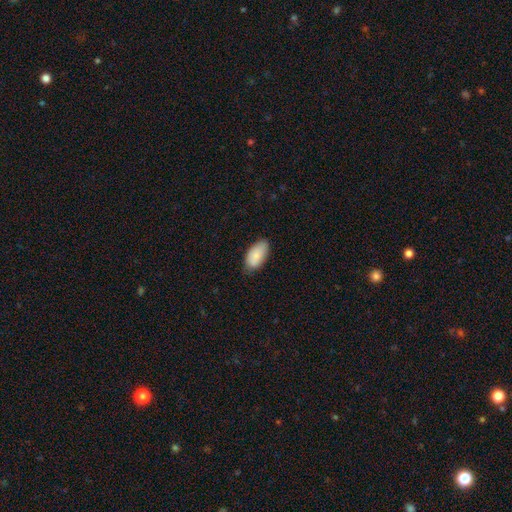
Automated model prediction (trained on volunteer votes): Morphology: type=smooth (86%); roundness=in between (95%); merging=none (77%).